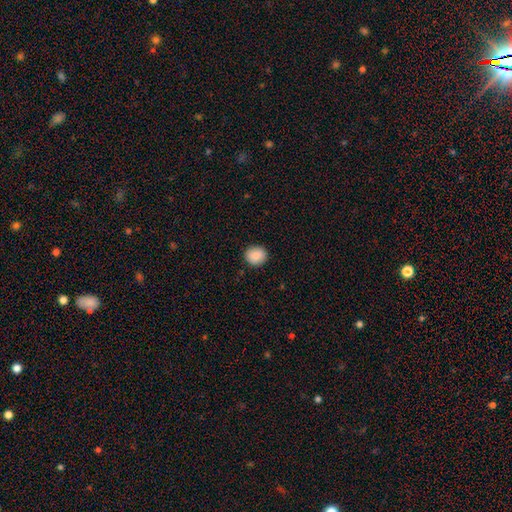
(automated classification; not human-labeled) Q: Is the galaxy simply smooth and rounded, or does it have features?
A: smooth — 88%.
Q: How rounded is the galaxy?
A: round — 79%.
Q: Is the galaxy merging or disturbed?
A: none — 90%.